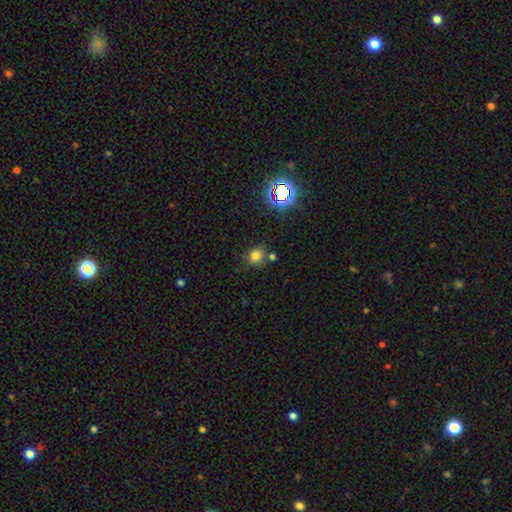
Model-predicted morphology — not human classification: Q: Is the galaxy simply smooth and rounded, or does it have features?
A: smooth — 73%.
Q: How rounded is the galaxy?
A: round — 69%.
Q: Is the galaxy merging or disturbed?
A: none — 70%.